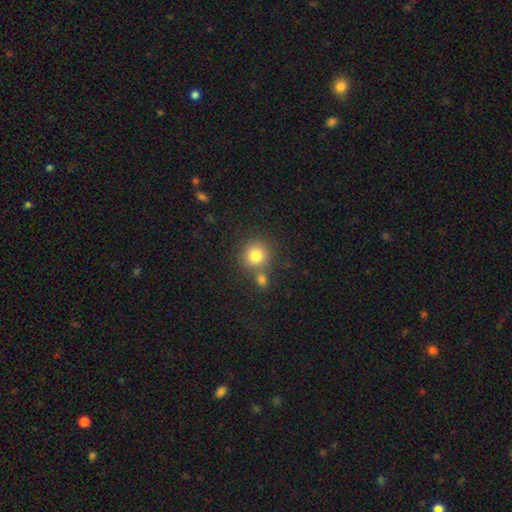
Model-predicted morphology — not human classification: This is clearly a smooth galaxy (81%). How rounded: clearly round (89%). Merging: likely none (64%).